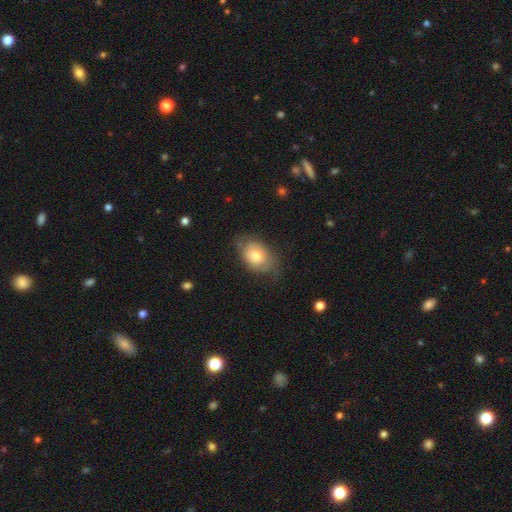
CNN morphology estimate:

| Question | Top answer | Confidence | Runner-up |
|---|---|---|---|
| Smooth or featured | smooth | 69% | featured or disk (23%) |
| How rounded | in between | 76% | round (22%) |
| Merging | none | 63% | minor disturbance (27%) |